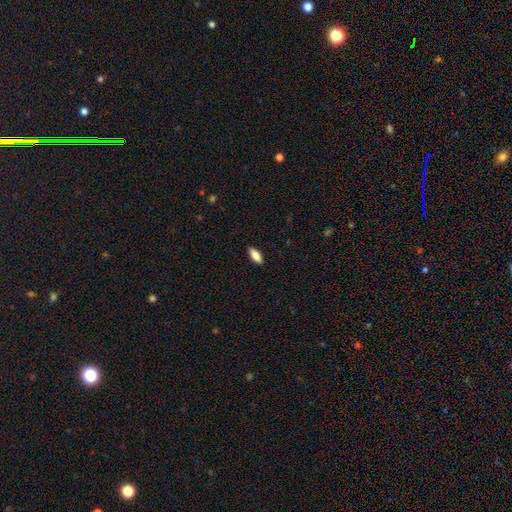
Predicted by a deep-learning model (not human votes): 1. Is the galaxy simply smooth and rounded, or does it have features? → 83% smooth, 10% featured or disk, 7% star or artifact.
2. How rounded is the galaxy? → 81% in between, 17% cigar-shaped, 2% round.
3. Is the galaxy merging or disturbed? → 89% none, 8% minor disturbance, 2% major disturbance, 1% merger.